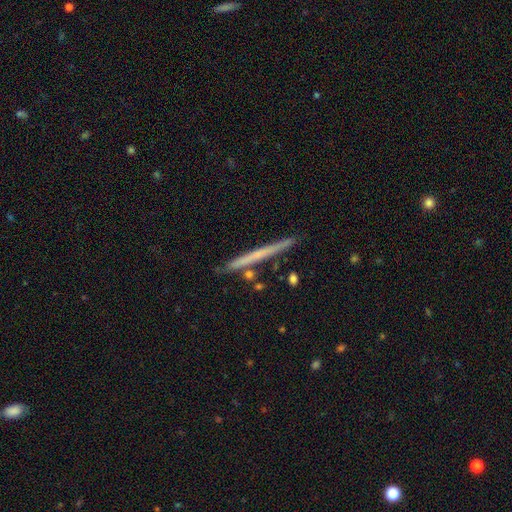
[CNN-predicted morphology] Smooth or featured? featured or disk (51%)
Edge-on disk? yes (97%)
Merging? none (88%)